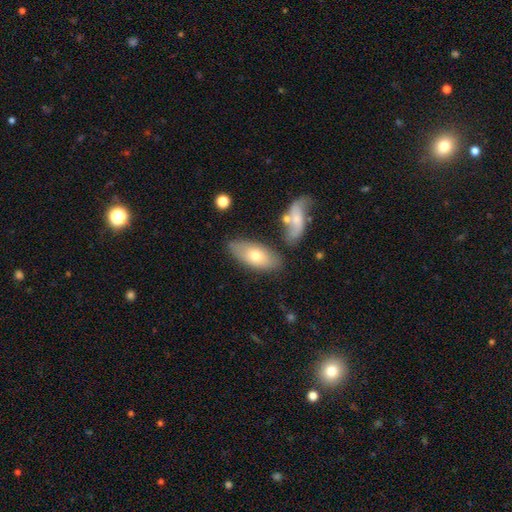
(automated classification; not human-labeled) Morphology: type=smooth (68%); roundness=in between (87%); merging=none (72%).